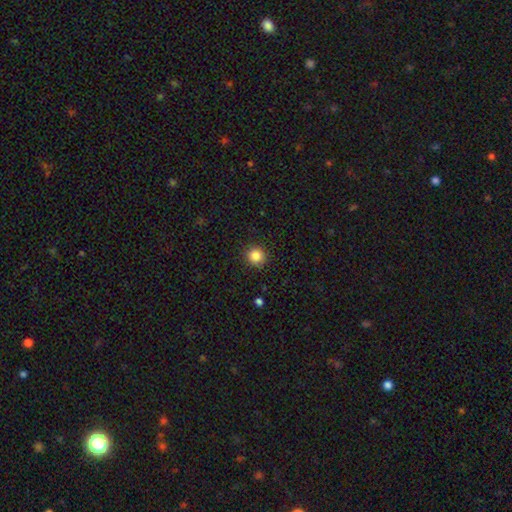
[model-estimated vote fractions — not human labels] Morphology: type=smooth (85%); roundness=round (92%); merging=none (91%).